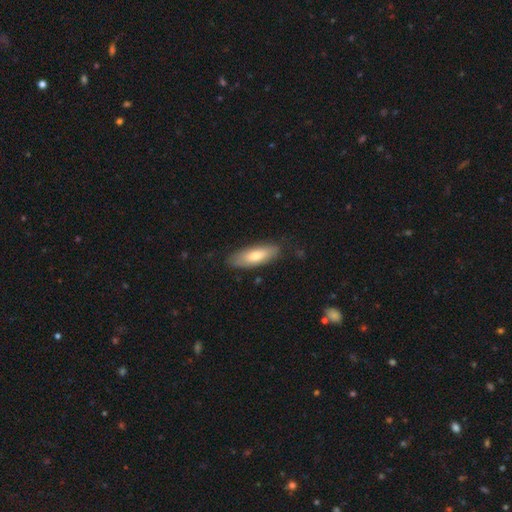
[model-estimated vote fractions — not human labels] A smooth galaxy with no disk features (70%) that is in between round and cigar-shaped (63%).

Vote fractions:
- Smooth or featured? smooth: 70% / featured or disk: 24% / star or artifact: 6%
- How rounded? in between: 63% / cigar-shaped: 35% / round: 2%
- Merging? none: 82% / minor disturbance: 14% / major disturbance: 3% / merger: 1%